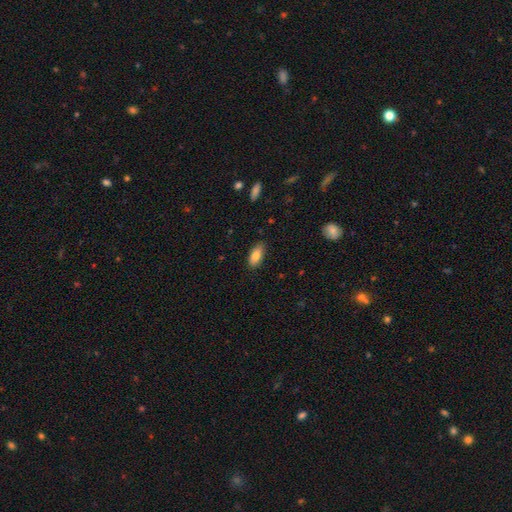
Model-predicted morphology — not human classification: type=smooth (81%); roundness=in between (88%); merging=none (82%).